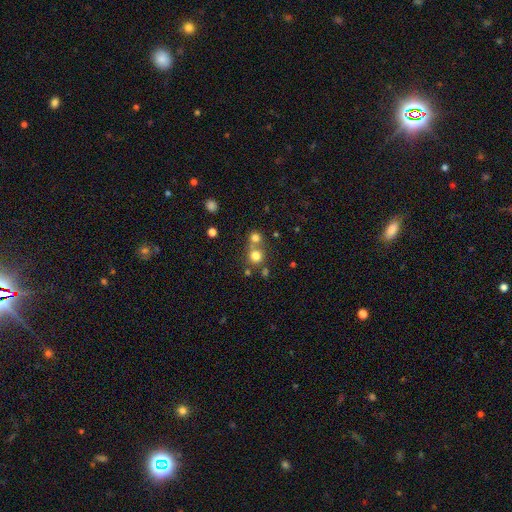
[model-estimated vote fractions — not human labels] Smooth or featured?
  - smooth: 75% *
  - star or artifact: 15%
  - featured or disk: 10%
How rounded?
  - round: 90% *
  - in between: 9%
  - cigar-shaped: 1%
Merging?
  - none: 53% *
  - merger: 38%
  - minor disturbance: 6%
  - major disturbance: 3%